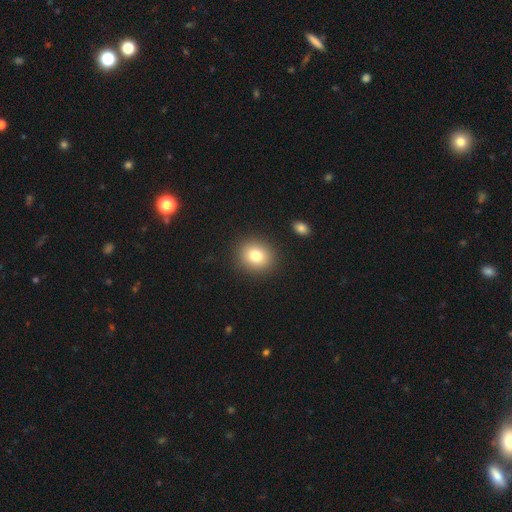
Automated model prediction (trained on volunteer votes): Smooth or featured? Predicted: smooth (p=0.80). How rounded? Predicted: round (p=0.78). Merging? Predicted: none (p=0.90).